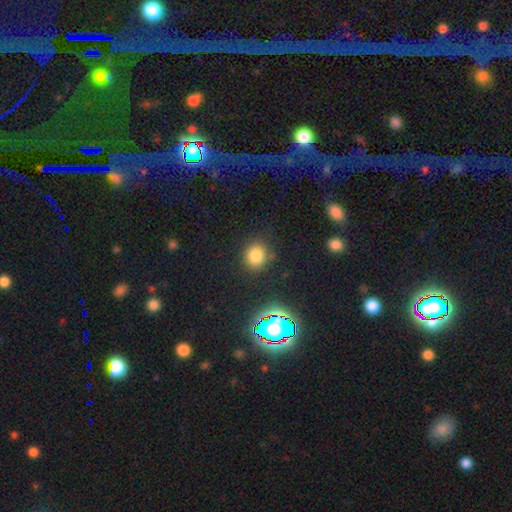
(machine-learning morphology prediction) The model was most divided on "how rounded": round: 77%, in between: 22%, cigar-shaped: 1%. More confident: merging — none (84%); smooth or featured — smooth (77%).